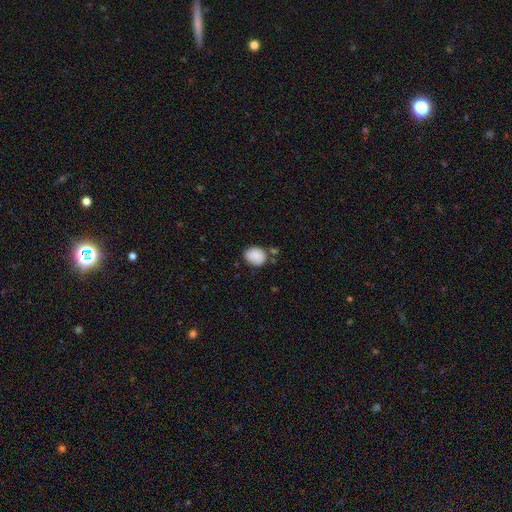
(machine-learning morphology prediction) Q: Smooth or featured?
A: smooth (87%); runner-up: star or artifact (7%)
Q: How rounded?
A: round (52%); runner-up: in between (47%)
Q: Merging?
A: none (69%); runner-up: minor disturbance (18%)